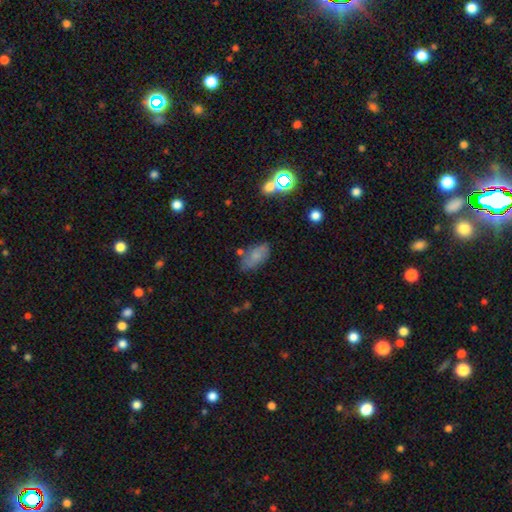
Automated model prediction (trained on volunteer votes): Q: Smooth or featured?
A: smooth (65%); runner-up: featured or disk (24%)
Q: How rounded?
A: in between (90%); runner-up: cigar-shaped (5%)
Q: Merging?
A: none (63%); runner-up: minor disturbance (23%)